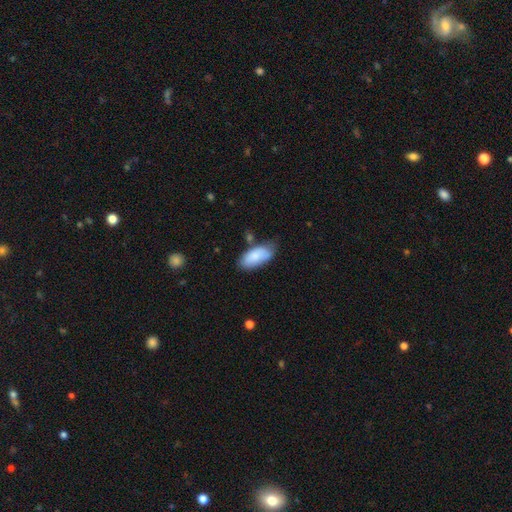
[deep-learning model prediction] Morphology: type=smooth (83%); roundness=in between (91%); merging=none (60%).